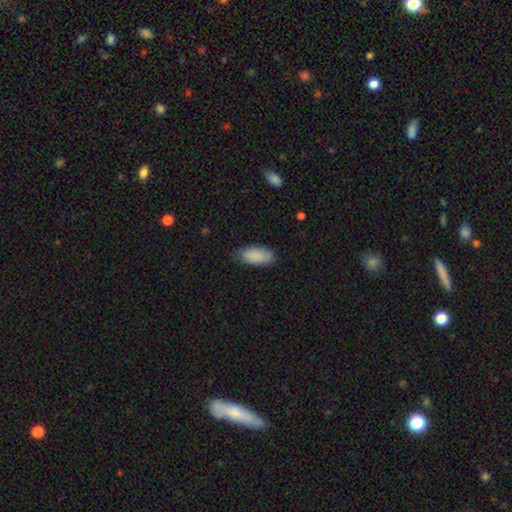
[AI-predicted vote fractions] Morphology: type=smooth (88%); roundness=in between (92%); merging=none (79%).